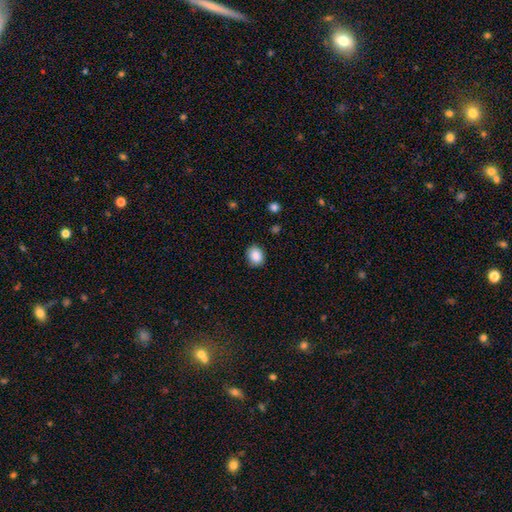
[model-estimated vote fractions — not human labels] Q: Smooth or featured?
A: smooth (88%); runner-up: star or artifact (8%)
Q: How rounded?
A: round (53%); runner-up: in between (46%)
Q: Merging?
A: none (87%); runner-up: minor disturbance (10%)